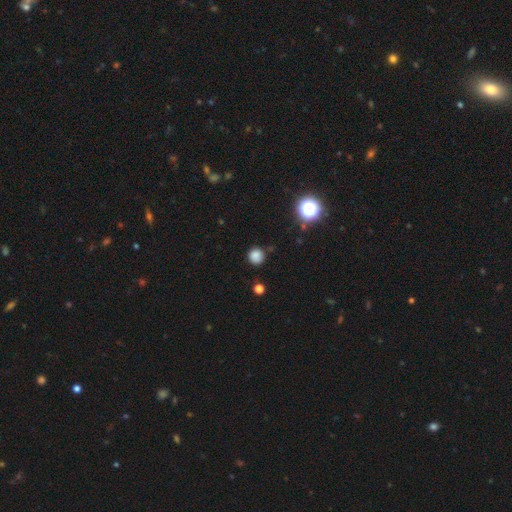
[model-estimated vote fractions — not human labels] smooth-or-featured: smooth: 80% | star or artifact: 15% | featured or disk: 4%
  how-rounded: round: 93% | in between: 6% | cigar-shaped: 1%
  merging: none: 84% | minor disturbance: 11% | major disturbance: 3% | merger: 2%